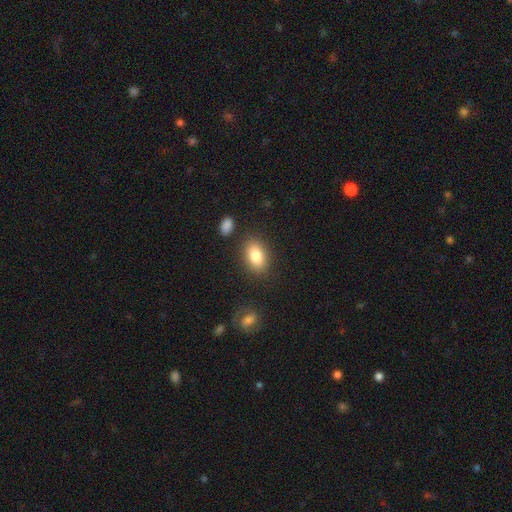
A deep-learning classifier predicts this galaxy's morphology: smooth 83%, featured or disk 9%, star or artifact 8%. Down the decision tree: how rounded — in between (87%); merging — none (83%).